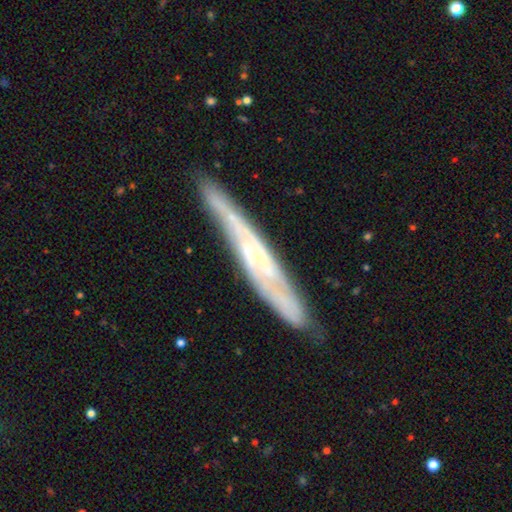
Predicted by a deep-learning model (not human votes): This is likely a featured or disk galaxy (76%). It is likely viewed edge-on (71%). Edge-on bulge: likely none (69%). Merging: likely none (80%).